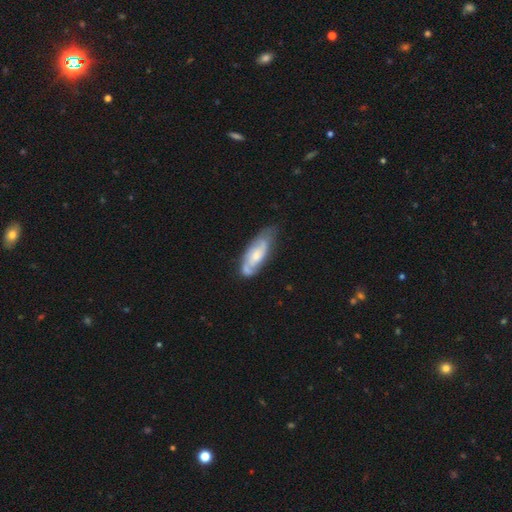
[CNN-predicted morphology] This is possibly a featured or disk galaxy (60%). It is clearly not viewed edge-on (86%). Bar: likely no (67%). Spiral arm pattern: clearly yes (82%). Central bulge: possibly moderate (45%, tied with small). Merging: possibly none (55%).